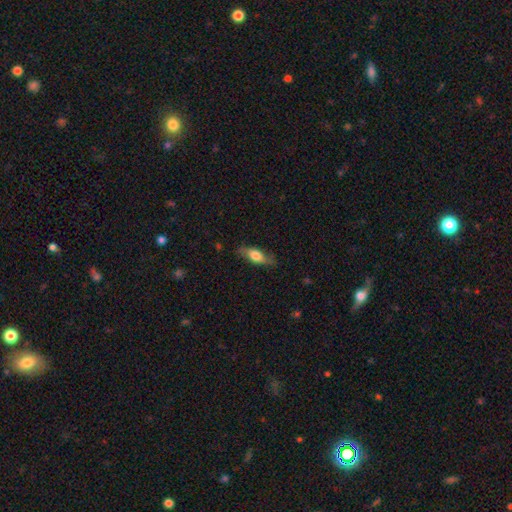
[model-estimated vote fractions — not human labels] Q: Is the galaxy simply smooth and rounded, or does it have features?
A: smooth — 55%.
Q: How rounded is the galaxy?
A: in between — 60%.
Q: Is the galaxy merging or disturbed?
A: none — 78%.